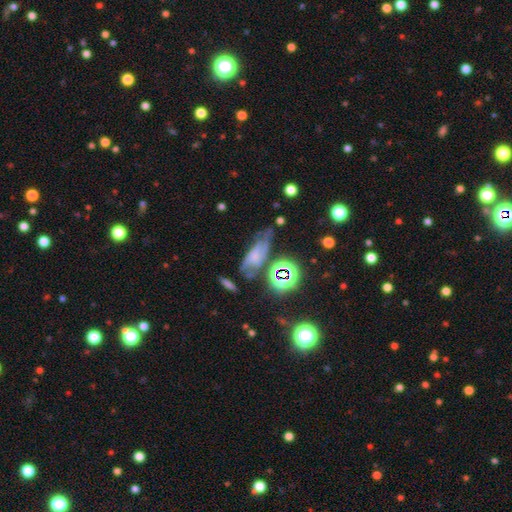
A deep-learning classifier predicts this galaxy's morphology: Overall: featured or disk (38%, tied with smooth). Merging: none (38%; minor disturbance 29%).